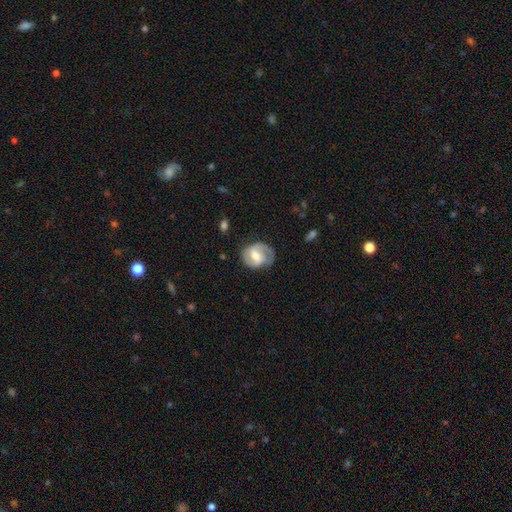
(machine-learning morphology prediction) Overall: featured or disk (74%). Edge-on disk: no (97%). Bar: weak (46%; strong 38%). Spiral arms: yes (87%). Spiral arm count: 2 (81%). Spiral winding: medium (45%; tight 39%). Bulge size: moderate (53%; small 20%). Merging: none (69%).